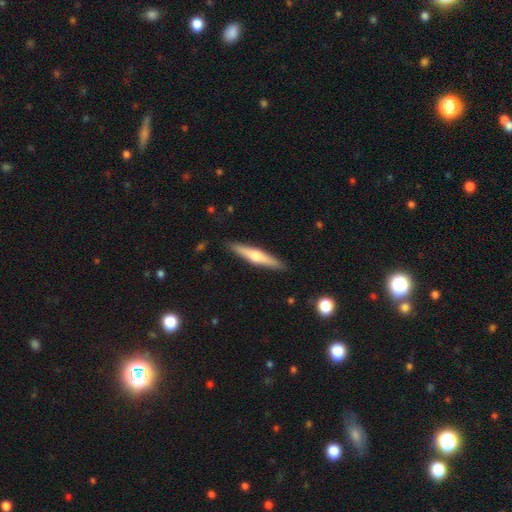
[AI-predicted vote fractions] Smooth or featured? featured or disk (58%)
Edge-on disk? yes (97%)
Edge-on bulge? rounded (89%)
Merging? none (90%)